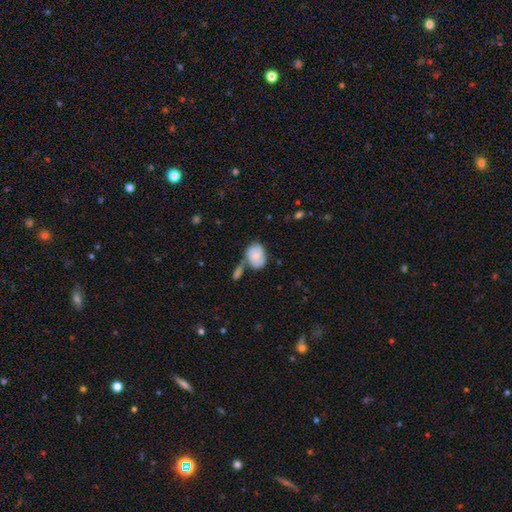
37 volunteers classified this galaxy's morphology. This is clearly a smooth galaxy (81%). How rounded: possibly in between (57%). Merging: marginally merger (34%).